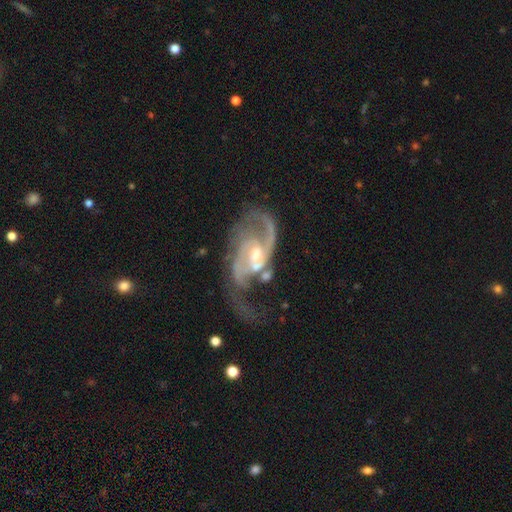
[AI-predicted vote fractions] featured or disk 91%, star or artifact 5%, smooth 4%. Down the decision tree: edge-on disk — no (97%); bar — weak (48%); spiral arms — yes (97%); spiral arm count — 2 (75%); spiral winding — medium (52%); bulge size — moderate (58%); merging — none (45%).